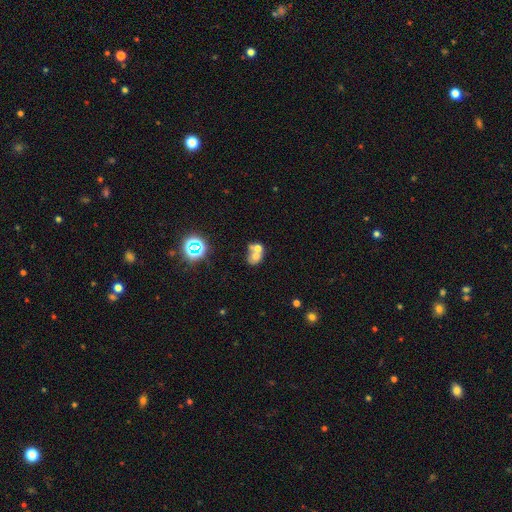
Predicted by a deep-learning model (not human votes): Morphology: type=smooth (57%); roundness=round (52%); merging=merger (65%).